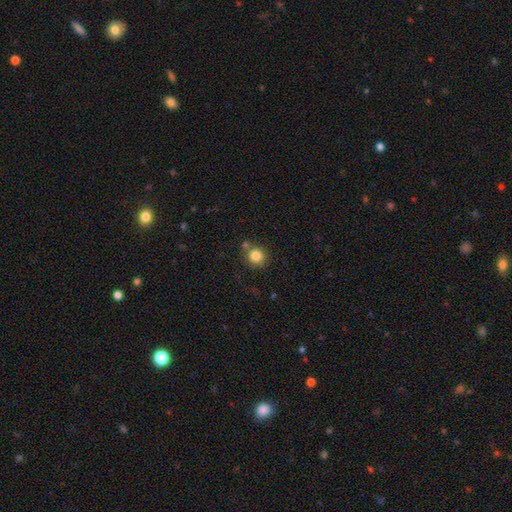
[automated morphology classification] Overall: smooth (83%). How rounded: round (91%). Merging: none (73%).